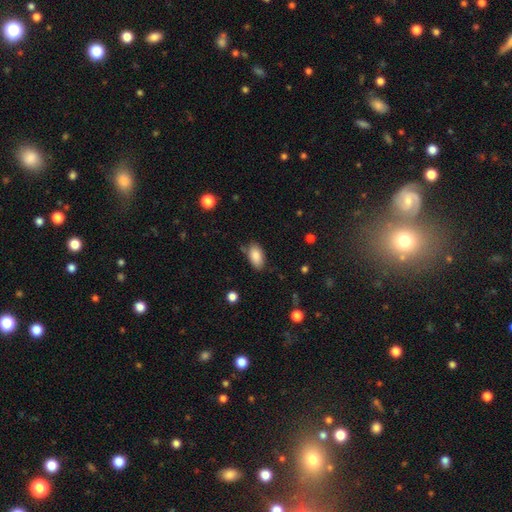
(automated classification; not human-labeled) smooth-or-featured: smooth: 86% | star or artifact: 7% | featured or disk: 6%
  how-rounded: in between: 93% | round: 4% | cigar-shaped: 2%
  merging: none: 75% | minor disturbance: 18% | major disturbance: 4% | merger: 3%